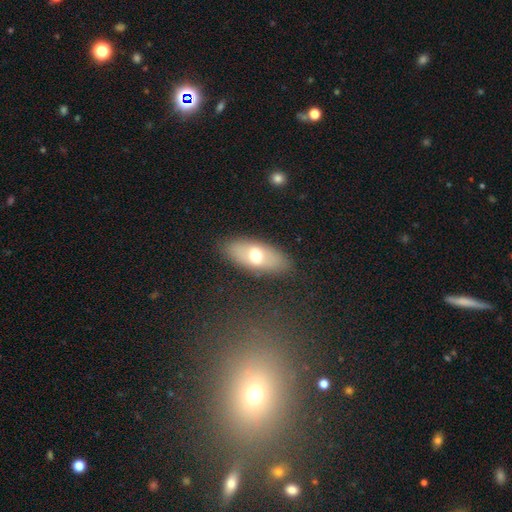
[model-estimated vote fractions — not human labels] Smooth or featured: smooth — 62% (featured or disk — 30%)
How rounded: in between — 84% (cigar-shaped — 11%)
Merging: none — 83% (minor disturbance — 11%)